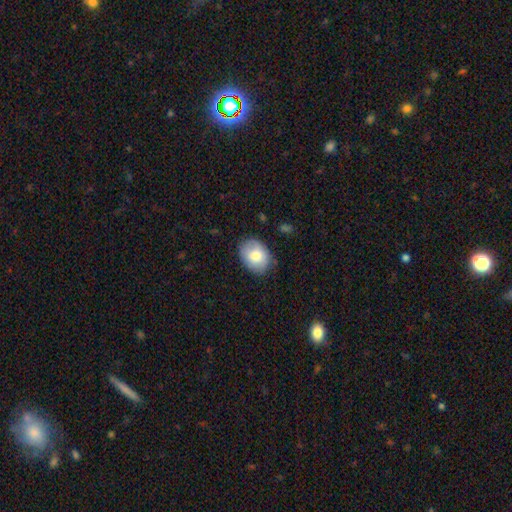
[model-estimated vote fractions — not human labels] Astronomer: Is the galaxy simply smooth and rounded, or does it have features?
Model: smooth — 78%.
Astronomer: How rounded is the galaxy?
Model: in between — 61% (runner-up: round, 38%).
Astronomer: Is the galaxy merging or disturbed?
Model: none — 79%.